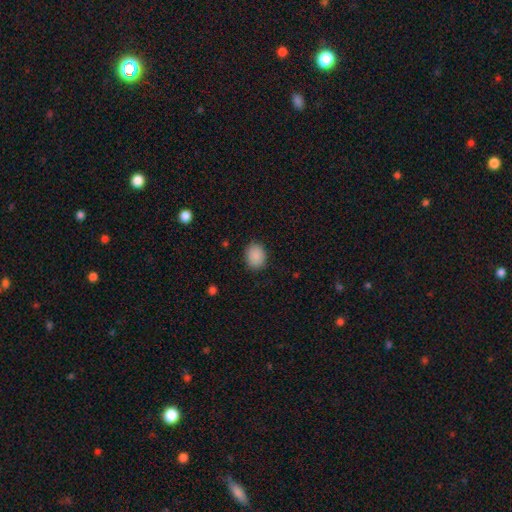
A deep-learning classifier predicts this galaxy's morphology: The model was most divided on "how rounded": round: 55%, in between: 44%, cigar-shaped: 1%. More confident: smooth or featured — smooth (89%); merging — none (87%).